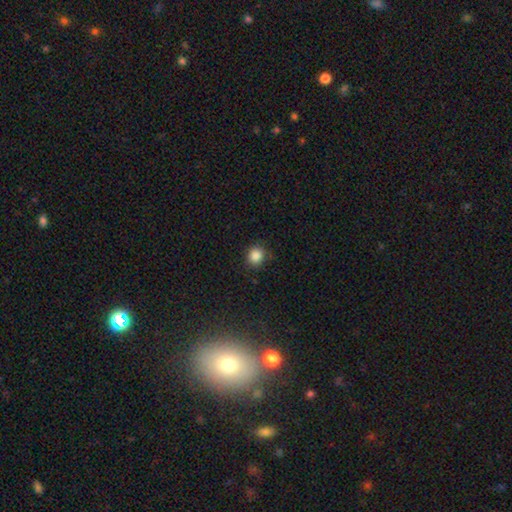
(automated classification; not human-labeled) Smooth or featured? Predicted: smooth (p=0.86). How rounded? Predicted: round (p=0.80). Merging? Predicted: none (p=0.83).